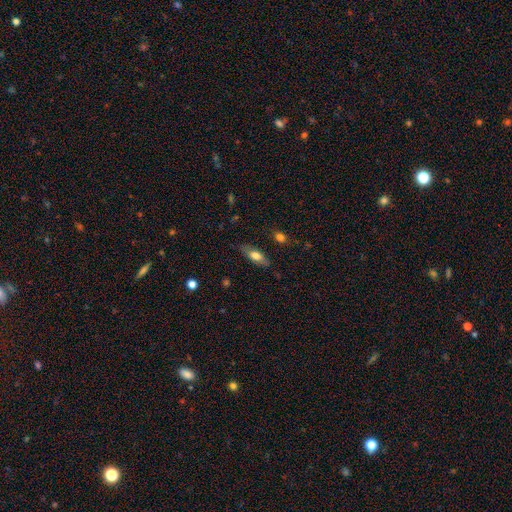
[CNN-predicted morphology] This appears to be a smooth galaxy with no disk features (64%) that is in between round and cigar-shaped (64%). Merging: none (78%).